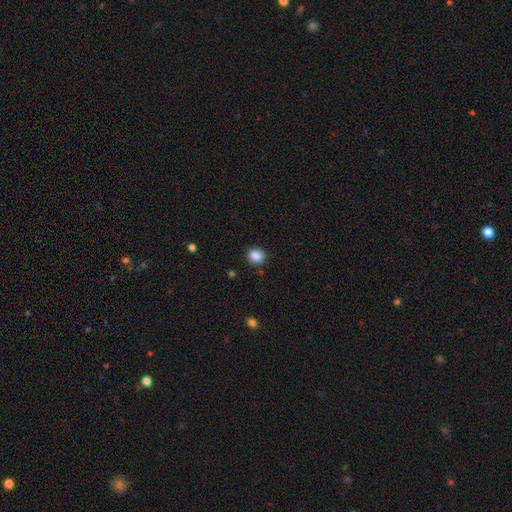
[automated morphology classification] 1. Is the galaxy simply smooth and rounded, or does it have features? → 87% smooth, 10% star or artifact, 3% featured or disk.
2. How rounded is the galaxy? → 76% round, 23% in between, 1% cigar-shaped.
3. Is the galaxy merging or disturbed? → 86% none, 10% minor disturbance, 3% major disturbance, 2% merger.